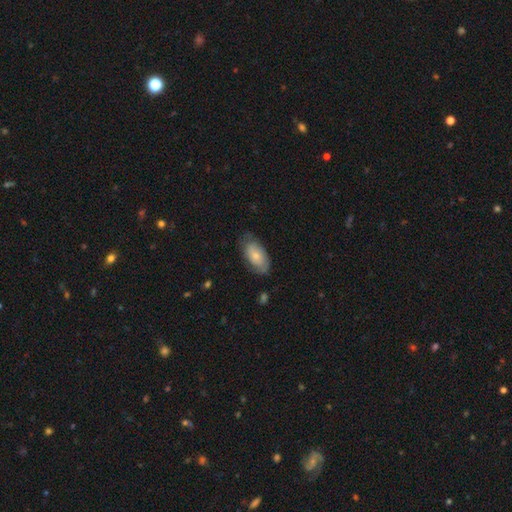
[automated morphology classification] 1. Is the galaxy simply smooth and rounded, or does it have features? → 61% smooth, 32% featured or disk, 6% star or artifact.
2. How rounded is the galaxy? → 93% in between, 4% round, 3% cigar-shaped.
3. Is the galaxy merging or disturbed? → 67% none, 25% minor disturbance, 7% major disturbance, 1% merger.